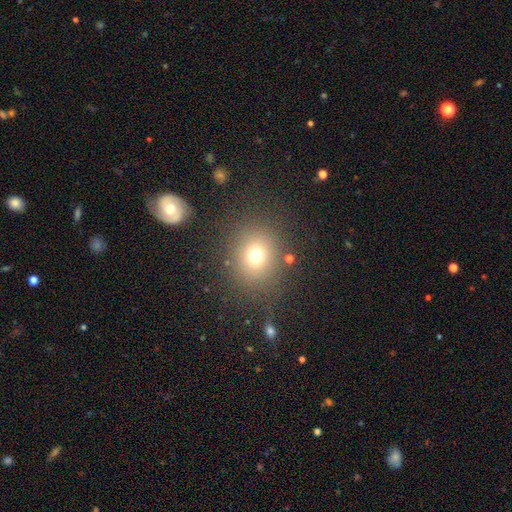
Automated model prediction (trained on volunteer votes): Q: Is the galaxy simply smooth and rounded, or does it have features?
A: smooth — 71%.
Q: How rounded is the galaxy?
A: round — 81%.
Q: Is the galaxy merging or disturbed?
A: none — 83%.